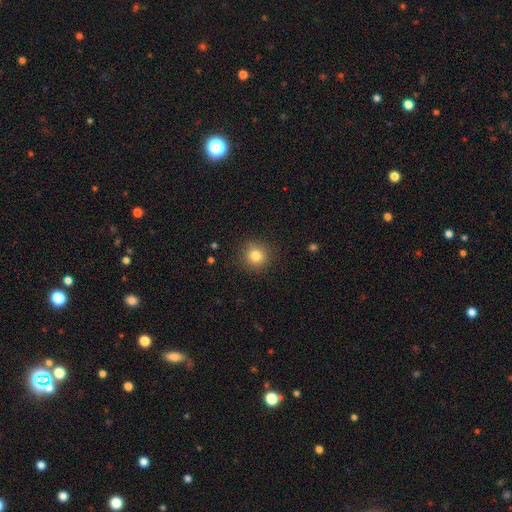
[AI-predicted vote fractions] Overall: smooth (82%). How rounded: round (92%). Merging: none (88%).